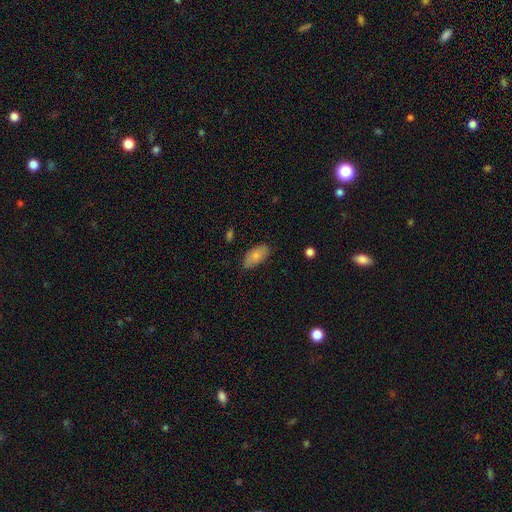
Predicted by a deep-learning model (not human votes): A smooth galaxy with no disk features (77%) that is in between round and cigar-shaped (92%). Merging: none (79%).